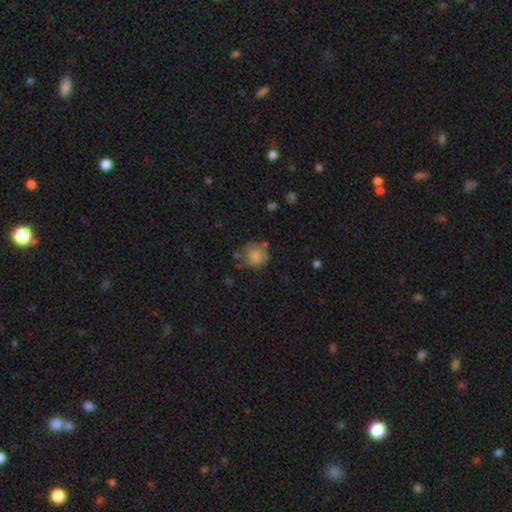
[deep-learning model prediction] smooth 81%, featured or disk 10%, star or artifact 9%. Down the decision tree: how rounded — round (87%); merging — none (63%).